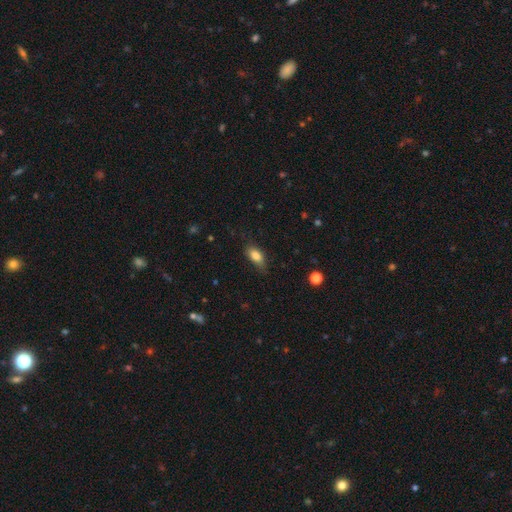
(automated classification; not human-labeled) Smooth or featured: smooth — 83% (featured or disk — 9%)
How rounded: in between — 86% (cigar-shaped — 8%)
Merging: none — 72% (minor disturbance — 21%)